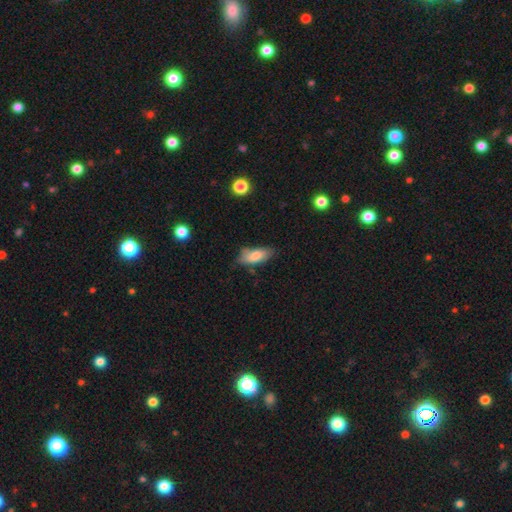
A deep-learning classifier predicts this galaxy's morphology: This appears to be a smooth galaxy with no disk features (79%) that is in between round and cigar-shaped (79%). Merging: none (63%).